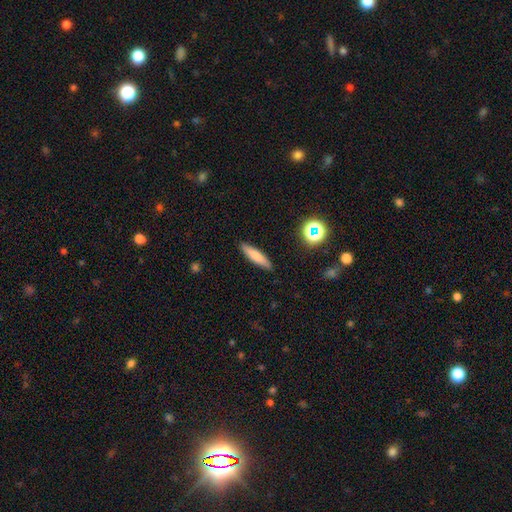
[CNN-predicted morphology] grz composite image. It shows a smooth galaxy with no disk features (76%) that is cigar-shaped (81%). Merging: none (89%).